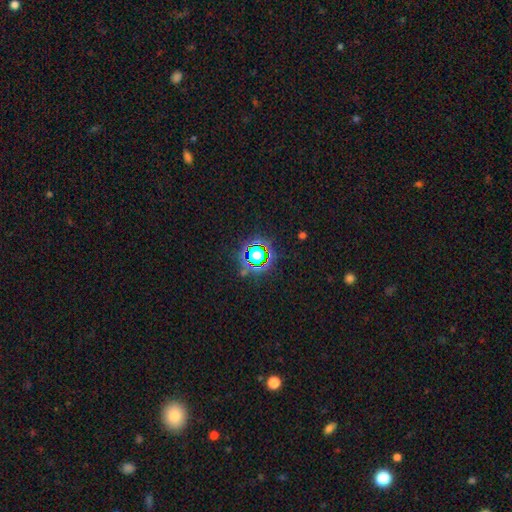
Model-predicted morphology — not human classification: This appears to be a star or artifact, not a galaxy (76%).